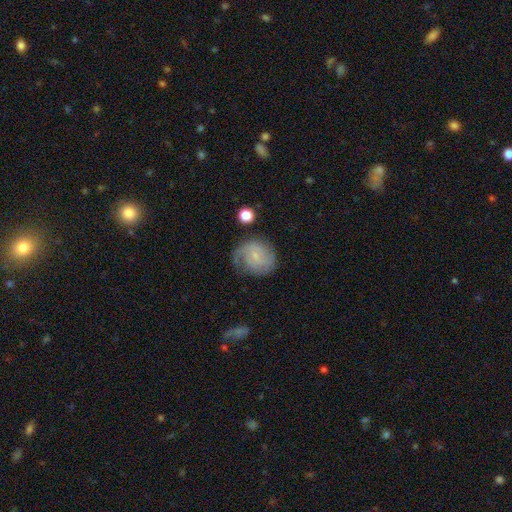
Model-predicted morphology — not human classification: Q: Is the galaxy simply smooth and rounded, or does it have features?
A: featured or disk — 57%.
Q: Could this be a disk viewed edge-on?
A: no — 97%.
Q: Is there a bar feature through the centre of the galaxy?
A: no — 58%.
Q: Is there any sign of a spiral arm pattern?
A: yes — 86%.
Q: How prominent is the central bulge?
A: small — 73%.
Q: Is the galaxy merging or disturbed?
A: none — 61%.